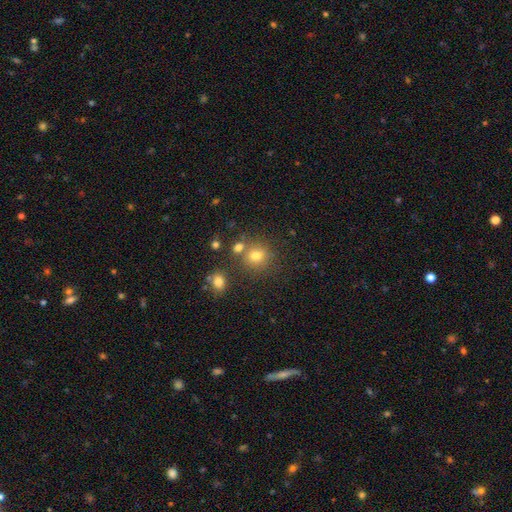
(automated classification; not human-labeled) This appears to be a smooth galaxy with no disk features (74%) that is round (84%). Merging: none (70%).